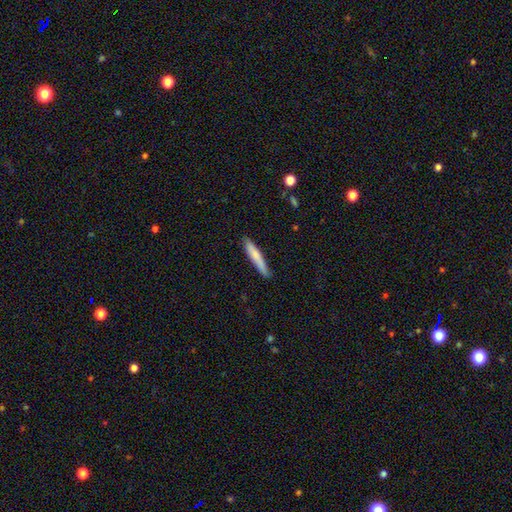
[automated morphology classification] A smooth galaxy with no disk features (74%) that is cigar-shaped (93%).

Vote fractions:
- Smooth or featured? smooth: 74% / featured or disk: 20% / star or artifact: 6%
- How rounded? cigar-shaped: 93% / in between: 6% / round: 1%
- Merging? none: 88% / minor disturbance: 10% / major disturbance: 2% / merger: 1%